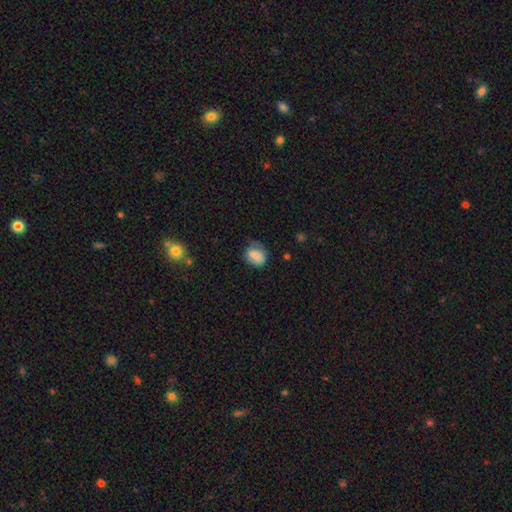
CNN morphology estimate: A smooth galaxy with no disk features (77%) that is round (56%).

Vote fractions:
- Smooth or featured? smooth: 77% / featured or disk: 14% / star or artifact: 9%
- How rounded? round: 56% / in between: 43% / cigar-shaped: 1%
- Merging? none: 61% / minor disturbance: 28% / major disturbance: 8% / merger: 2%